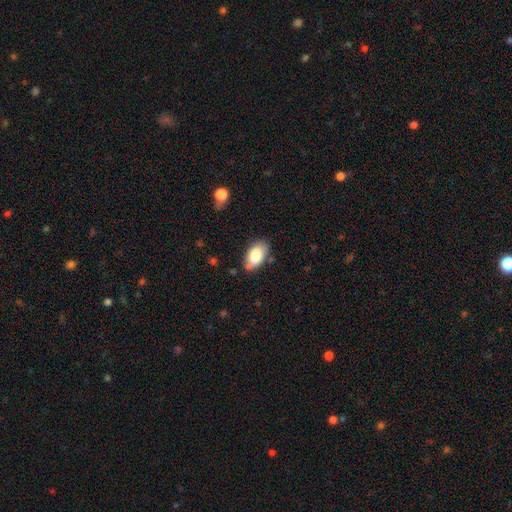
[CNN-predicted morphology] Overall: smooth (79%). How rounded: in between (93%). Merging: none (71%).